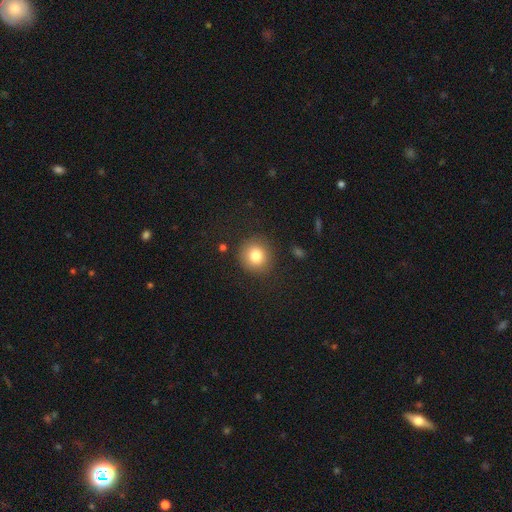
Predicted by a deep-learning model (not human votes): Smooth or featured: smooth — 81% (star or artifact — 10%)
How rounded: round — 91% (in between — 8%)
Merging: none — 87% (minor disturbance — 8%)